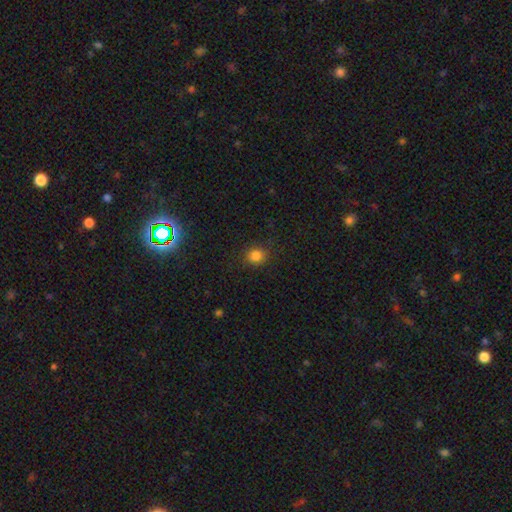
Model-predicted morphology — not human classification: A smooth galaxy with no disk features (83%) that is round (83%). Merging: none (87%).